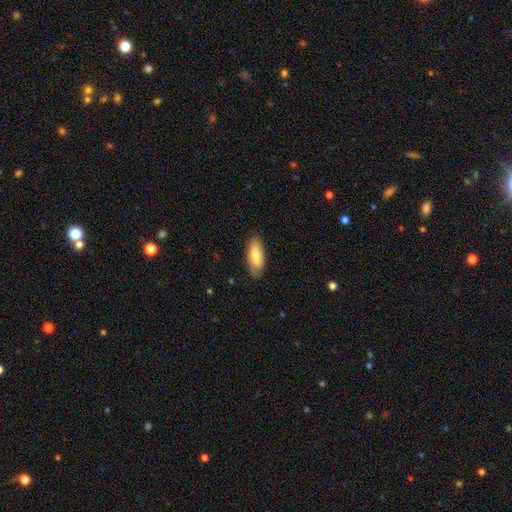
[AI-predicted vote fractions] Smooth or featured?
  - smooth: 81% *
  - featured or disk: 14%
  - star or artifact: 6%
How rounded?
  - in between: 80% *
  - cigar-shaped: 19%
  - round: 2%
Merging?
  - none: 83% *
  - minor disturbance: 13%
  - major disturbance: 3%
  - merger: 1%